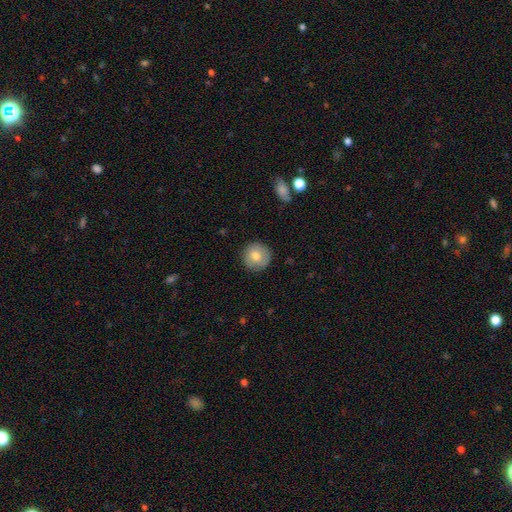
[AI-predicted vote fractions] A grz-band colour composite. It shows a smooth galaxy with no disk features (75%) that is round (94%). Merging: none (88%).